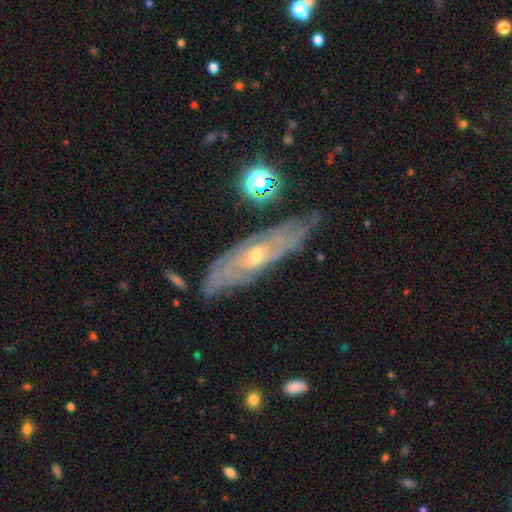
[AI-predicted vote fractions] The model was most divided on "bulge size": small: 59%, moderate: 38%, large: 1%, none: 1%, dominant: 1%. More confident: spiral arms — yes (82%); merging — none (79%); smooth or featured — featured or disk (77%); bar — no (74%); edge-on disk — no (70%).